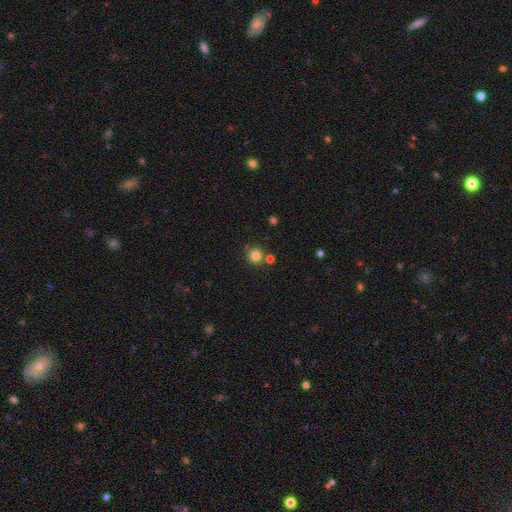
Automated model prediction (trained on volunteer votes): Overall: smooth (82%). How rounded: round (92%). Merging: none (77%).